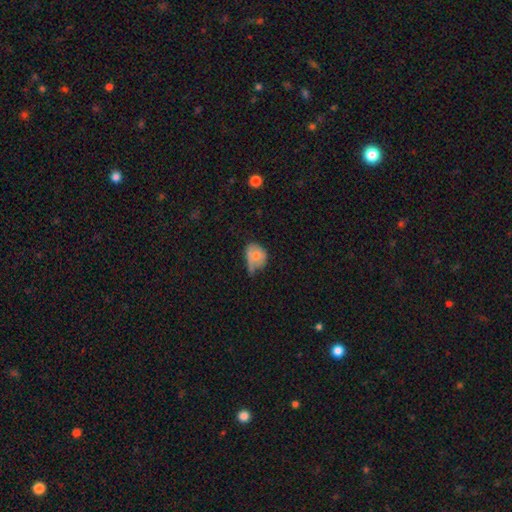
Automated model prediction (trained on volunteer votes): Smooth or featured? smooth (63%)
How rounded? in between (57%)
Merging? minor disturbance (41%)